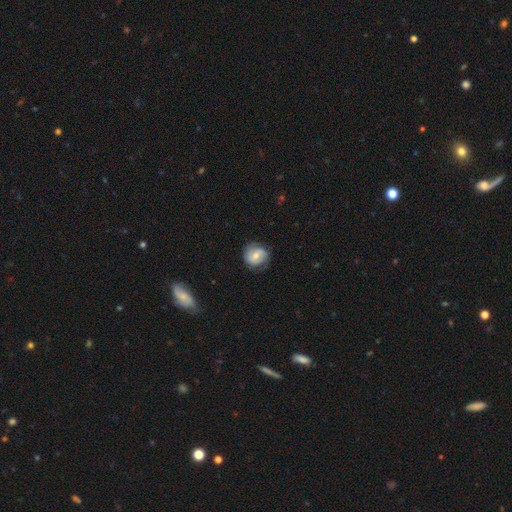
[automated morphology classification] Smooth or featured? featured or disk (58%)
Edge-on disk? no (97%)
Bar? no (45%)
Spiral arms? yes (85%)
Bulge size? moderate (53%)
Merging? none (73%)